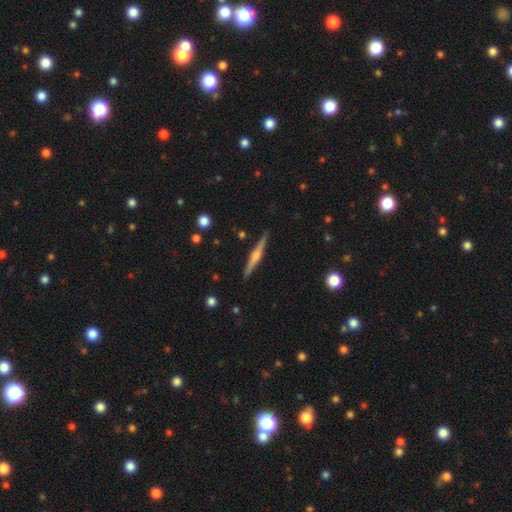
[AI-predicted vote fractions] smooth_or_featured: featured or disk (p=0.71) [alt: smooth p=0.23]
disk_edge_on: yes (p=0.98) [alt: no p=0.02]
edge_on_bulge: rounded (p=0.76) [alt: boxy p=0.15]
merging: none (p=0.91) [alt: minor disturbance p=0.06]